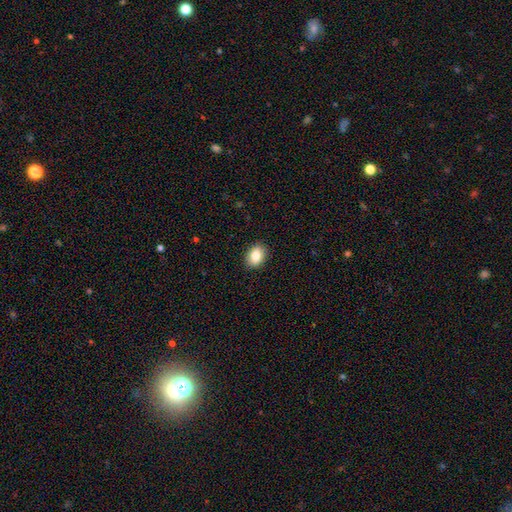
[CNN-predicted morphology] smooth 84%, featured or disk 8%, star or artifact 8%. Down the decision tree: how rounded — in between (74%); merging — none (90%).